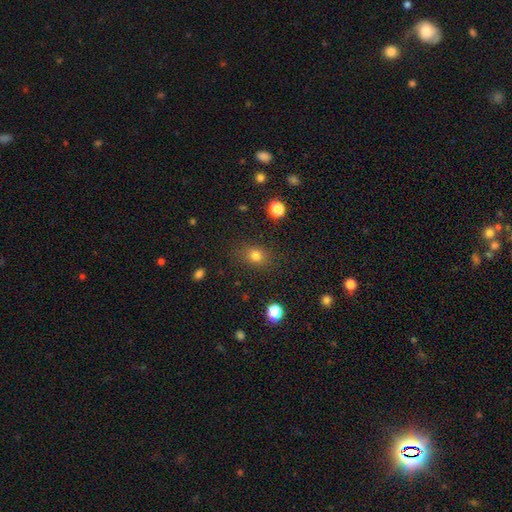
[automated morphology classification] This appears to be a smooth galaxy with no disk features (78%) that is round (57%). Merging: none (83%).